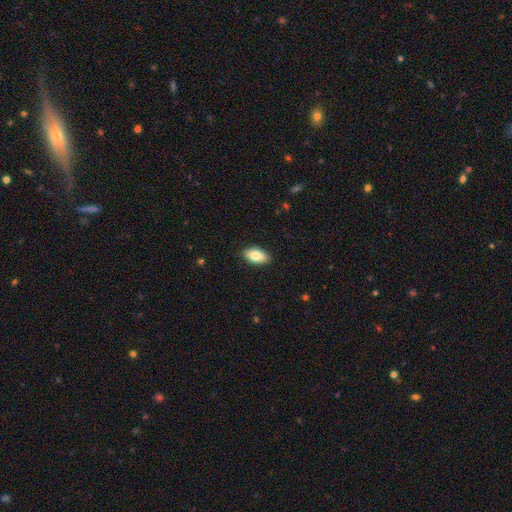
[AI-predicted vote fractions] smooth-or-featured: smooth: 82% | featured or disk: 12% | star or artifact: 6%
  how-rounded: in between: 93% | cigar-shaped: 4% | round: 3%
  merging: none: 89% | minor disturbance: 8% | major disturbance: 2% | merger: 1%